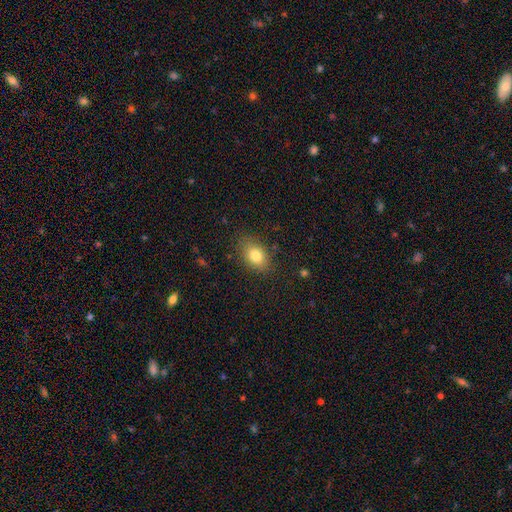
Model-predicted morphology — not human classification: Smooth or featured? Predicted: smooth (p=0.81). How rounded? Predicted: in between (p=0.79). Merging? Predicted: none (p=0.82).